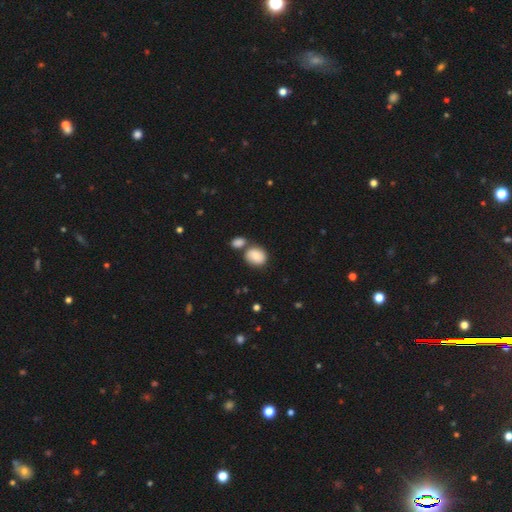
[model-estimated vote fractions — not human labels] Q: Smooth or featured?
A: smooth (80%); runner-up: featured or disk (13%)
Q: How rounded?
A: round (60%); runner-up: in between (39%)
Q: Merging?
A: none (52%); runner-up: merger (32%)